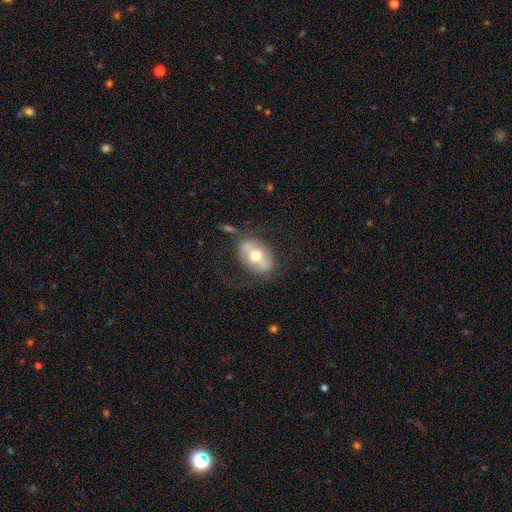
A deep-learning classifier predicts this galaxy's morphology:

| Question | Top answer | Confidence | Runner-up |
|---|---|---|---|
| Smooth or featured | smooth | 49% | featured or disk (43%) |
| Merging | none | 71% | minor disturbance (17%) |